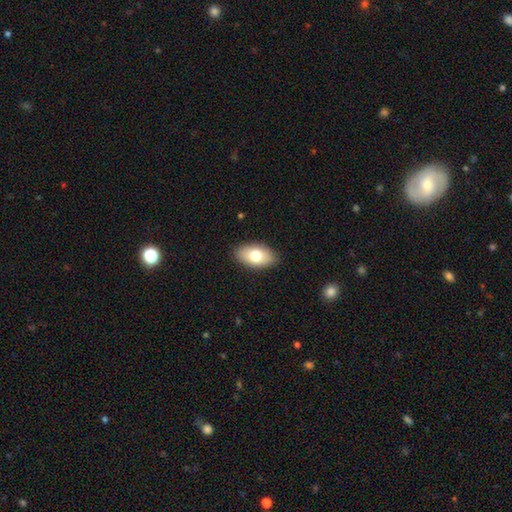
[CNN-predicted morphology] Smooth or featured: smooth — 74% (featured or disk — 19%)
How rounded: in between — 92% (round — 5%)
Merging: none — 87% (minor disturbance — 10%)